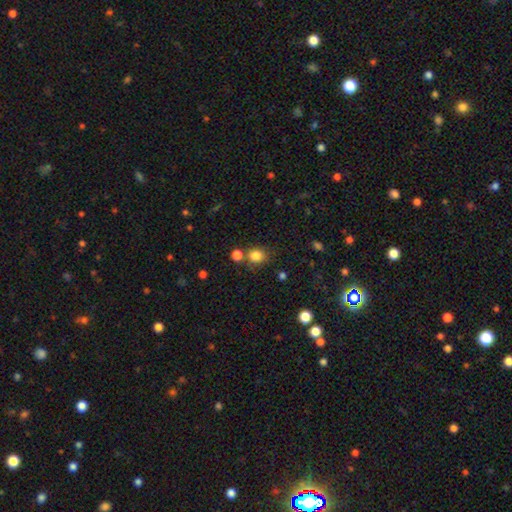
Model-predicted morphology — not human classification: A smooth galaxy with no disk features (82%) that is round (67%). Merging: none (67%).